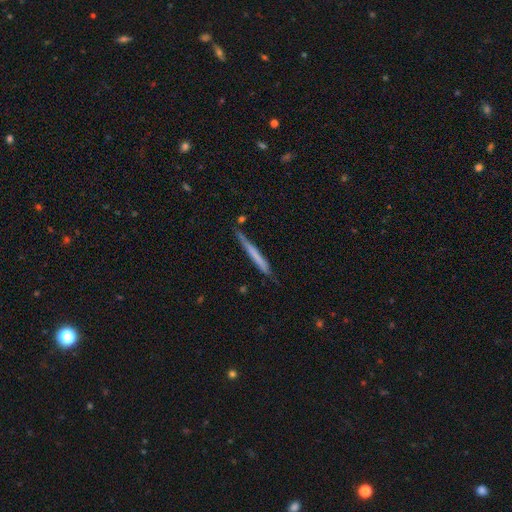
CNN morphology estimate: Overall: smooth (58%; featured or disk 37%). How rounded: cigar-shaped (97%). Merging: none (80%).